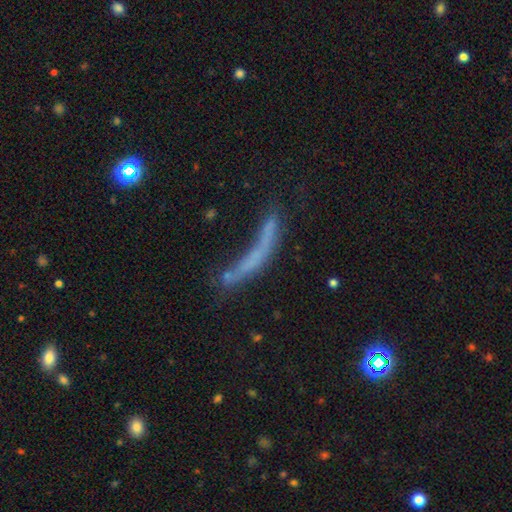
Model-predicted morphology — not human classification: smooth-or-featured: smooth: 46% | featured or disk: 39% | star or artifact: 16%
  merging: none: 33% | major disturbance: 31% | minor disturbance: 19% | merger: 17%